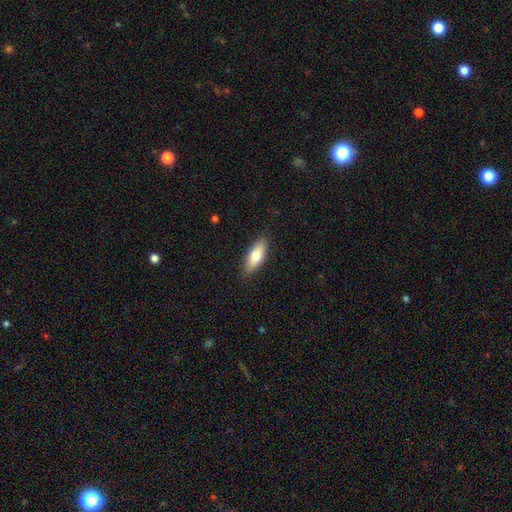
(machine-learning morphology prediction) Smooth or featured? smooth (73%)
How rounded? in between (73%)
Merging? none (87%)